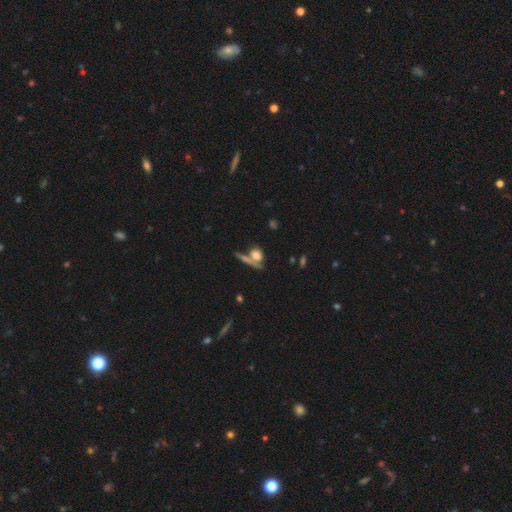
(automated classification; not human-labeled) Overall: smooth (71%). How rounded: round (43%; in between 42%). Merging: none (47%; merger 34%).